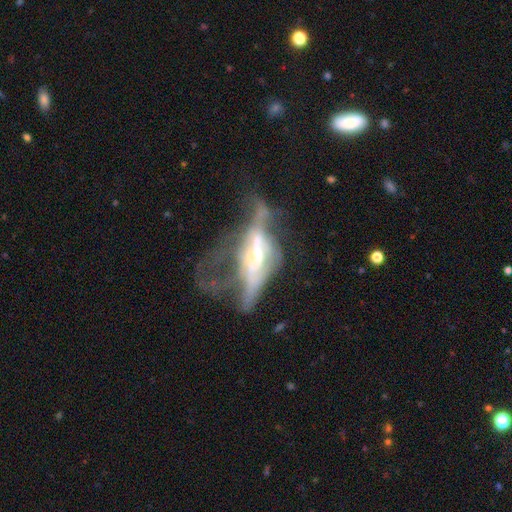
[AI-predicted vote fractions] Smooth or featured: featured or disk — 70% (smooth — 19%)
Edge-on disk: no — 62% (yes — 38%)
Merging: major disturbance — 55% (merger — 18%)